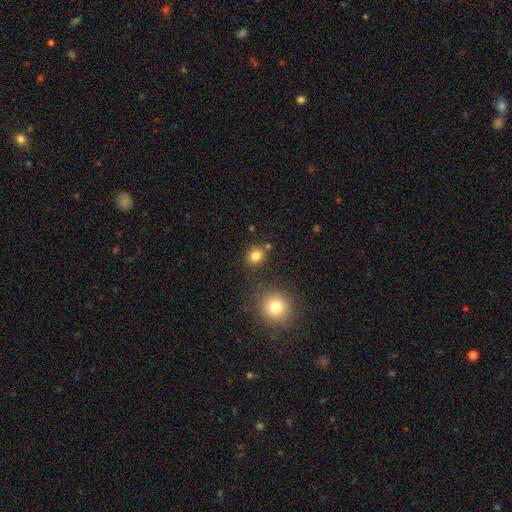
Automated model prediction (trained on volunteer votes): Smooth or featured? Predicted: smooth (p=0.81). How rounded? Predicted: round (p=0.80). Merging? Predicted: none (p=0.82).